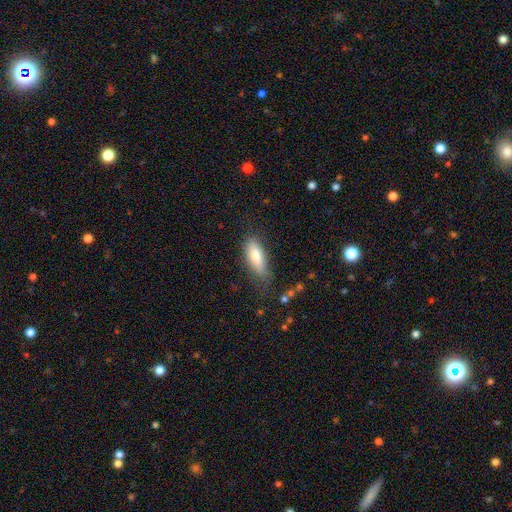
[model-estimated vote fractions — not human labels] Smooth or featured: smooth — 78% (featured or disk — 15%)
How rounded: in between — 66% (cigar-shaped — 31%)
Merging: none — 66% (minor disturbance — 24%)